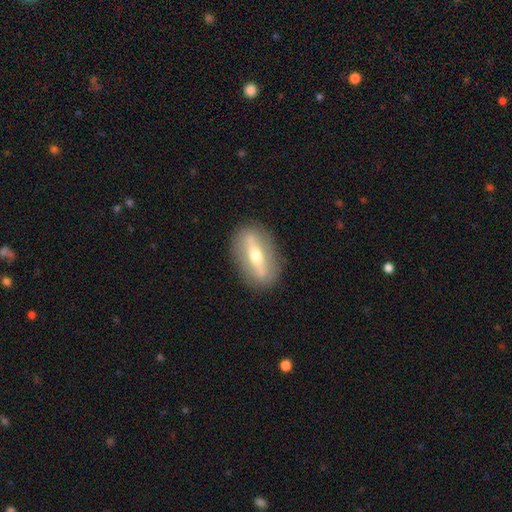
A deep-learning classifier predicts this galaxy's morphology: type=featured or disk (65%); edge-on=no (61%); merging=none (87%).